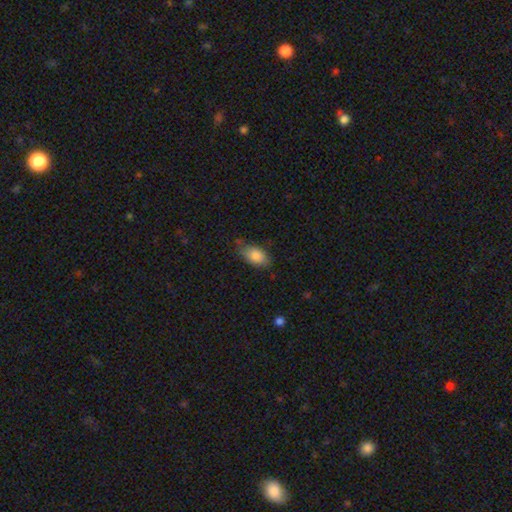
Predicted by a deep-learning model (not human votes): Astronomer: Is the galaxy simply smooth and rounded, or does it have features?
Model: smooth — 84%.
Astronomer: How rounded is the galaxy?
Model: in between — 91%.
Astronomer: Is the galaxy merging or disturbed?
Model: none — 67%.